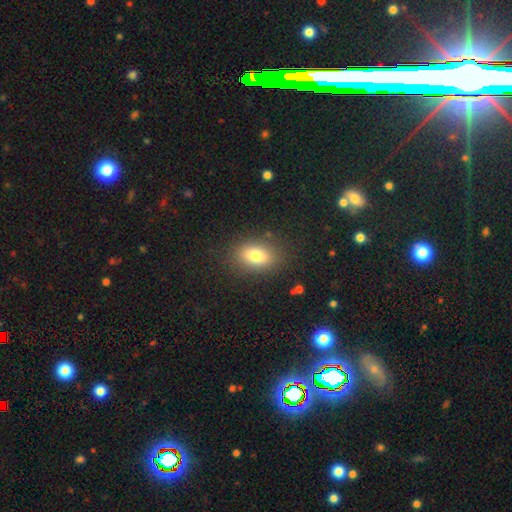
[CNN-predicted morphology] A smooth galaxy with no disk features (78%) that is in between round and cigar-shaped (80%). Merging: none (83%).